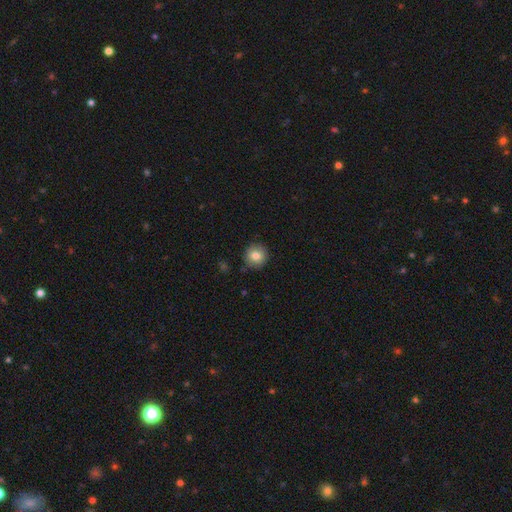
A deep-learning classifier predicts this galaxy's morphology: Overall: smooth (82%). How rounded: round (94%). Merging: none (88%).